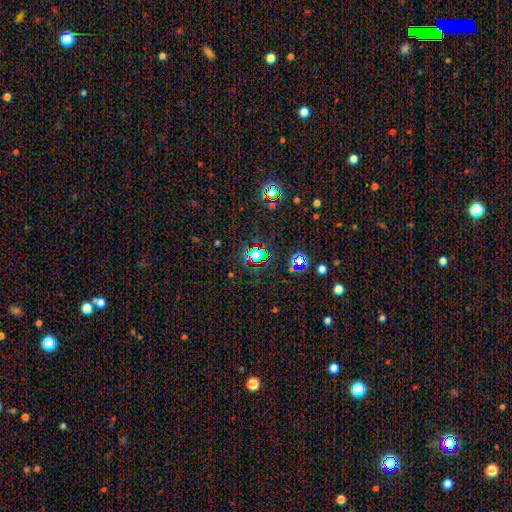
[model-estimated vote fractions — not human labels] Morphology: type=star or artifact (66%).